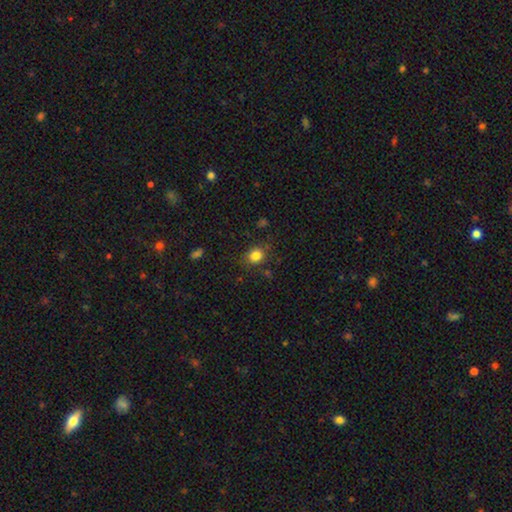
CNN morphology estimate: Overall: smooth (83%). How rounded: round (70%). Merging: none (80%).